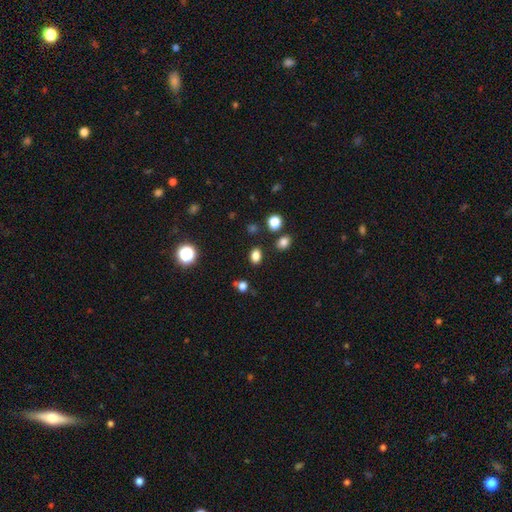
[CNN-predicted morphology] Smooth or featured? Predicted: smooth (p=0.81). How rounded? Predicted: in between (p=0.71). Merging? Predicted: none (p=0.83).